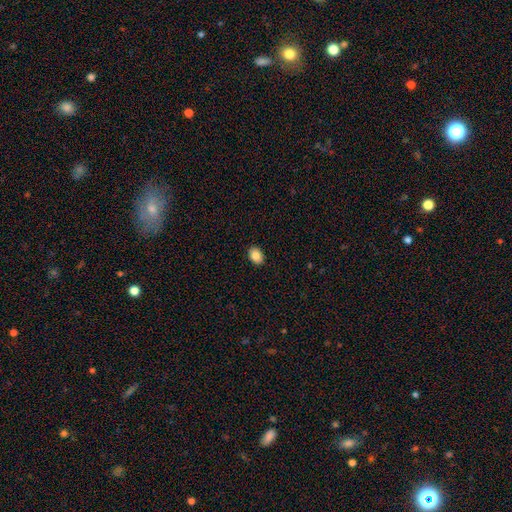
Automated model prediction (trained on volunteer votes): A smooth galaxy with no disk features (86%) that is in between round and cigar-shaped (71%). Merging: none (91%).